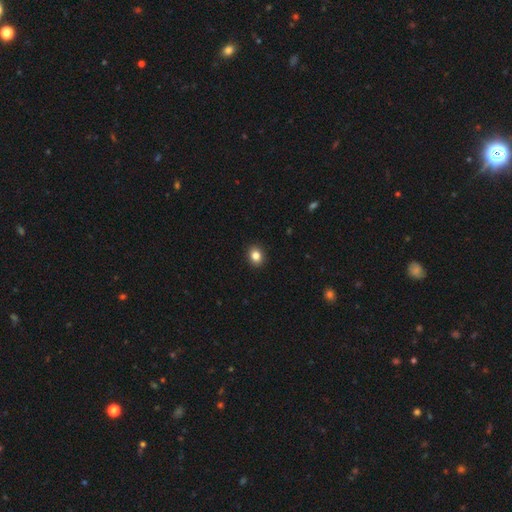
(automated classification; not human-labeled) This appears to be a smooth galaxy with no disk features (85%) that is round (59%). Merging: none (92%).